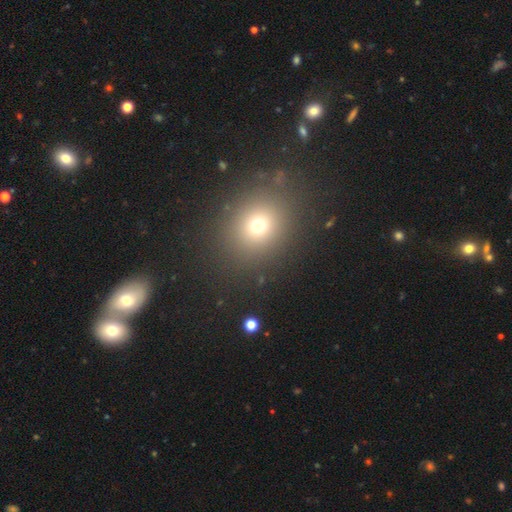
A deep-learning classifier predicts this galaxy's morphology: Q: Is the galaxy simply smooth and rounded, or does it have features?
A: smooth — 60%.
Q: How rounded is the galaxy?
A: round — 69%.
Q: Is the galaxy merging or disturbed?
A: none — 86%.